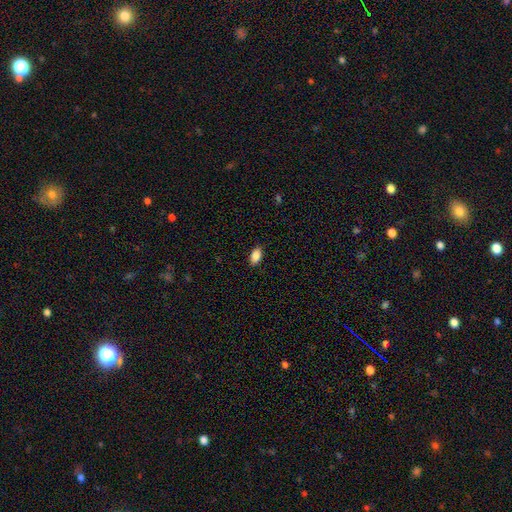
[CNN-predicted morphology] A smooth galaxy with no disk features (88%) that is in between round and cigar-shaped (92%). Merging: none (88%).